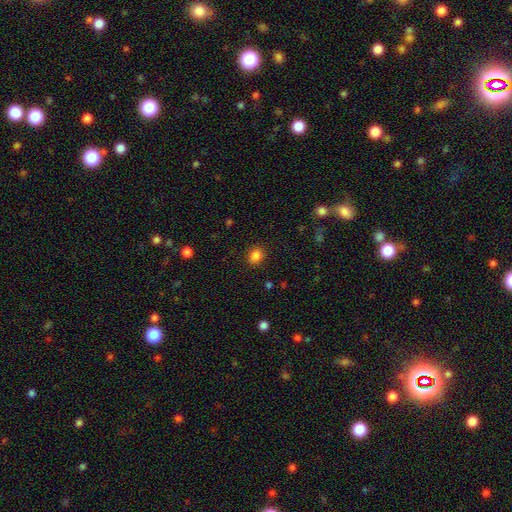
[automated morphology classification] smooth-or-featured: smooth: 84% | star or artifact: 12% | featured or disk: 4%
  how-rounded: round: 61% | in between: 38% | cigar-shaped: 1%
  merging: none: 87% | minor disturbance: 9% | major disturbance: 3% | merger: 1%